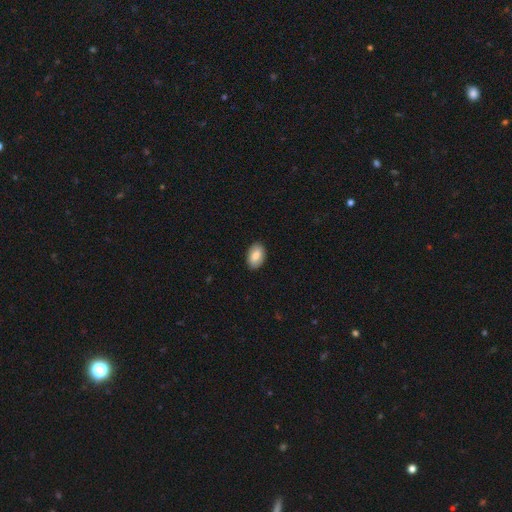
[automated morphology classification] Smooth or featured: smooth — 85% (featured or disk — 9%)
How rounded: in between — 92% (round — 6%)
Merging: none — 89% (minor disturbance — 9%)